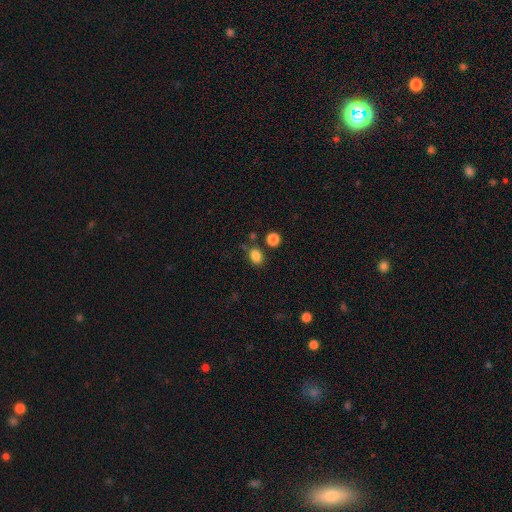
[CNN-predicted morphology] Smooth or featured?
  - smooth: 84% *
  - star or artifact: 12%
  - featured or disk: 4%
How rounded?
  - in between: 59% *
  - round: 40%
  - cigar-shaped: 1%
Merging?
  - none: 76% *
  - minor disturbance: 12%
  - merger: 8%
  - major disturbance: 4%